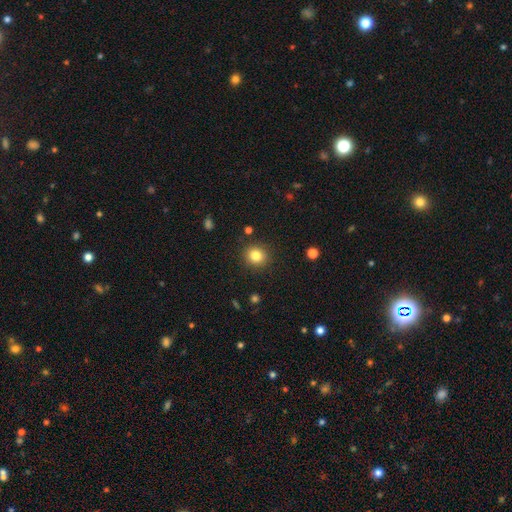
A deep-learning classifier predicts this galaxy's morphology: Smooth or featured? smooth (82%)
How rounded? round (85%)
Merging? none (89%)